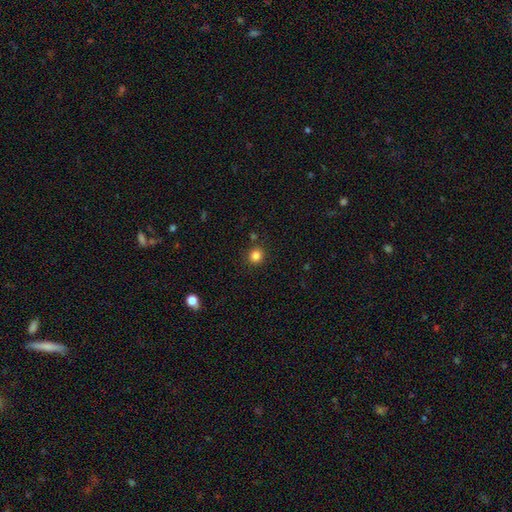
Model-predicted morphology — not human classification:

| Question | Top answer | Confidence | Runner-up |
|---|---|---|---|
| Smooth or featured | smooth | 84% | star or artifact (12%) |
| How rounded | round | 91% | in between (8%) |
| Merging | none | 88% | minor disturbance (7%) |